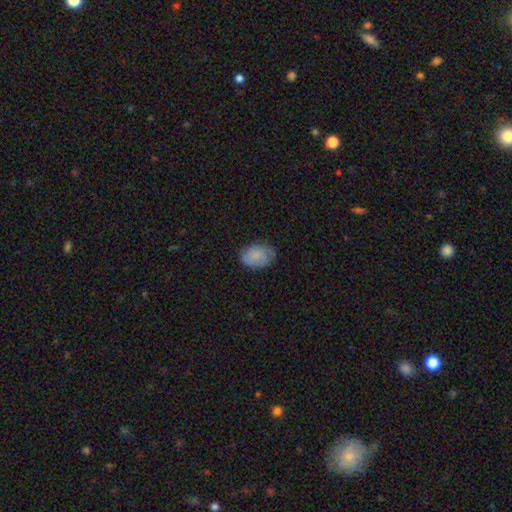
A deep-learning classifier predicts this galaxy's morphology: smooth-or-featured: smooth: 75% | featured or disk: 17% | star or artifact: 8%
  how-rounded: in between: 76% | round: 23% | cigar-shaped: 1%
  merging: none: 73% | minor disturbance: 21% | major disturbance: 5% | merger: 1%